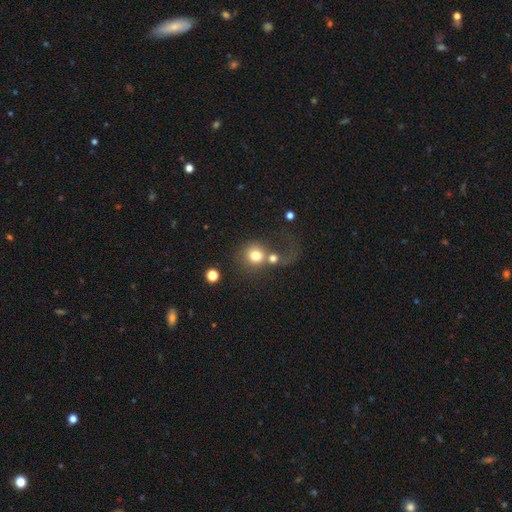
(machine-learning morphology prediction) Q: Smooth or featured?
A: smooth (73%); runner-up: featured or disk (16%)
Q: How rounded?
A: round (85%); runner-up: in between (14%)
Q: Merging?
A: merger (42%); runner-up: none (30%)